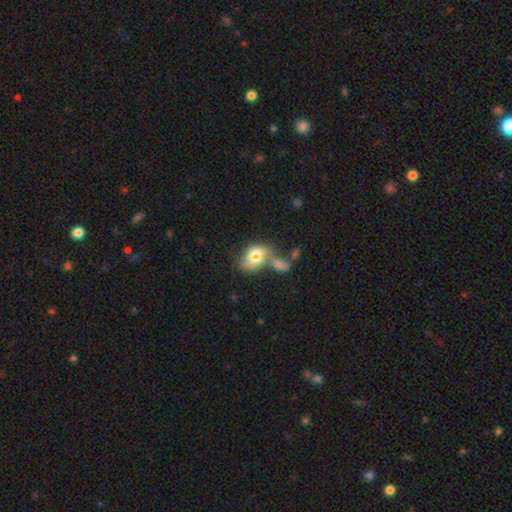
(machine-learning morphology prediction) Smooth or featured? Predicted: smooth (p=0.70). How rounded? Predicted: in between (p=0.79). Merging? Predicted: merger (p=0.57).